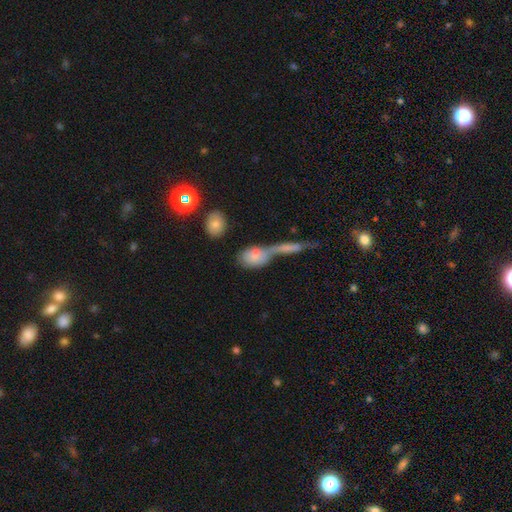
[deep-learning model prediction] smooth 71%, featured or disk 21%, star or artifact 8%. Down the decision tree: how rounded — in between (78%); merging — merger (63%).